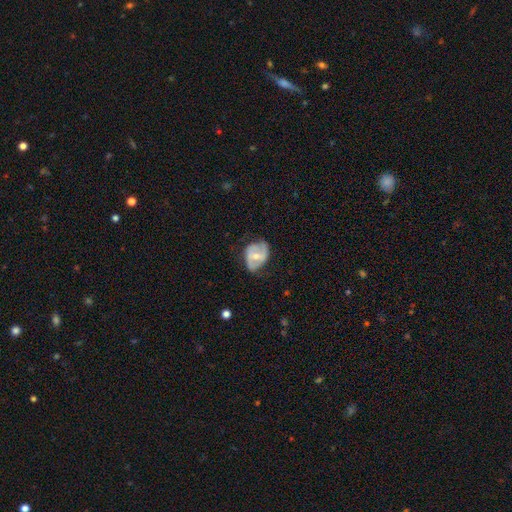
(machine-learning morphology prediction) Smooth or featured: featured or disk — 58% (smooth — 35%)
Edge-on disk: no — 95% (yes — 5%)
Bar: weak — 40% (no — 34%)
Spiral arms: yes — 56% (no — 44%)
Bulge size: moderate — 55% (small — 40%)
Merging: none — 52% (minor disturbance — 33%)